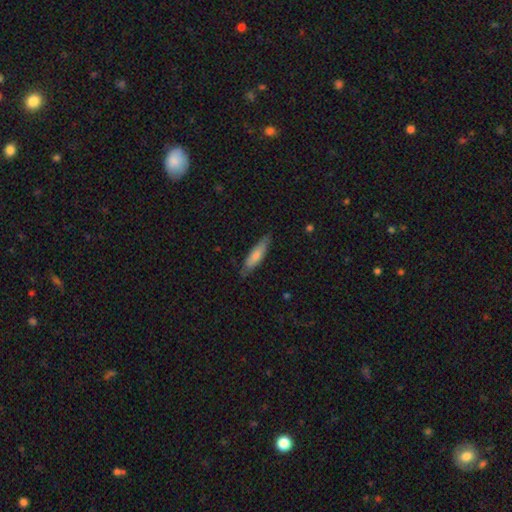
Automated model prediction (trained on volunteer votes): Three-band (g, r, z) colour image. It shows a smooth galaxy with no disk features (71%) that is cigar-shaped (64%). Merging: none (78%).